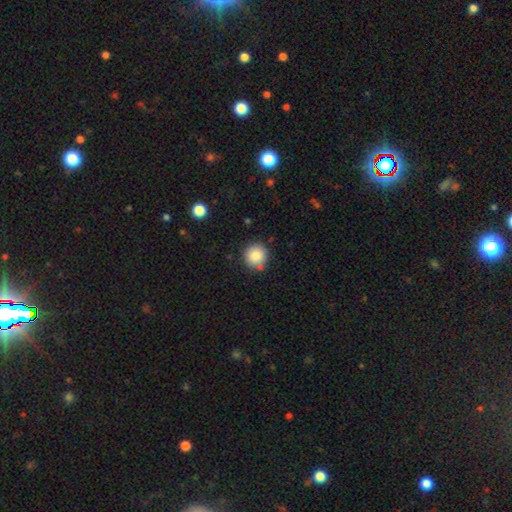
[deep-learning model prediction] Overall: smooth (86%). How rounded: round (93%). Merging: none (83%).